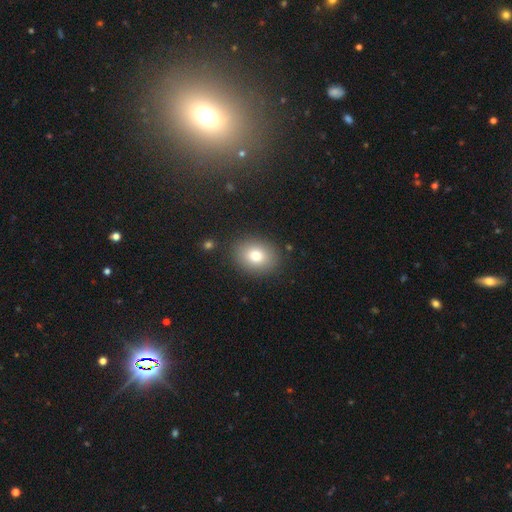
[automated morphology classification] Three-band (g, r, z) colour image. It shows a smooth galaxy with no disk features (79%) that is in between round and cigar-shaped (52%). Merging: none (87%).